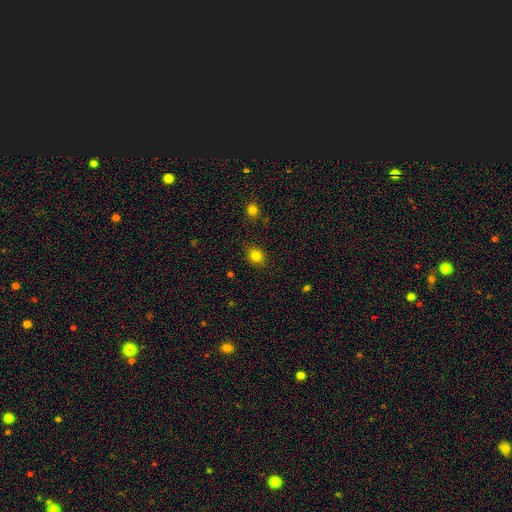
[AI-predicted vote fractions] Q: Smooth or featured?
A: smooth (82%); runner-up: star or artifact (12%)
Q: How rounded?
A: round (58%); runner-up: in between (41%)
Q: Merging?
A: none (85%); runner-up: minor disturbance (10%)